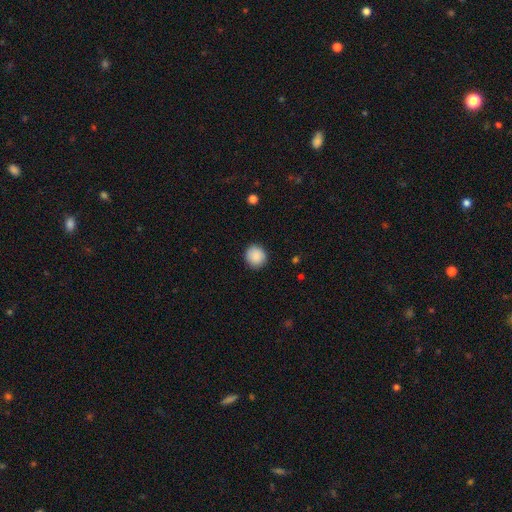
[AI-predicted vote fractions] Smooth or featured?
  - smooth: 89% *
  - star or artifact: 8%
  - featured or disk: 4%
How rounded?
  - round: 88% *
  - in between: 11%
  - cigar-shaped: 1%
Merging?
  - none: 89% *
  - minor disturbance: 8%
  - major disturbance: 2%
  - merger: 1%